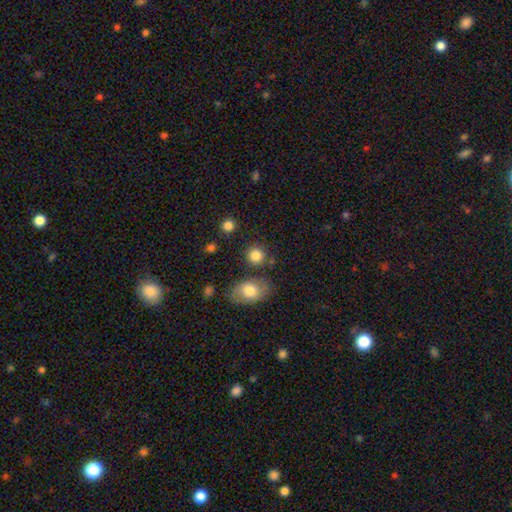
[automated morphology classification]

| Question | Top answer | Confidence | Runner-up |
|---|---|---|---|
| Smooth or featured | smooth | 84% | star or artifact (10%) |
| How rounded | round | 85% | in between (14%) |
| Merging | none | 79% | minor disturbance (9%) |